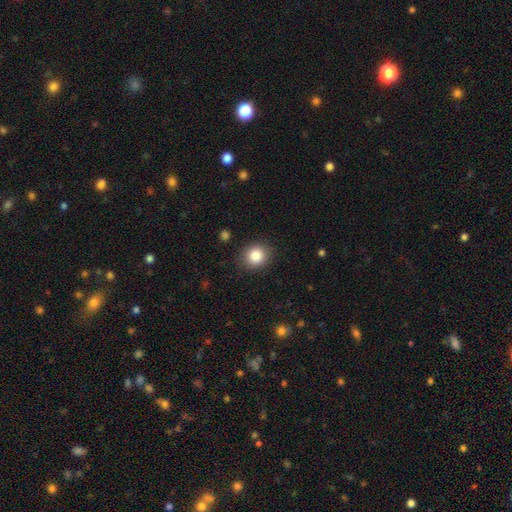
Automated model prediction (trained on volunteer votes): The model was most divided on "how rounded": round: 76%, in between: 23%, cigar-shaped: 1%. More confident: merging — none (88%); smooth or featured — smooth (85%).